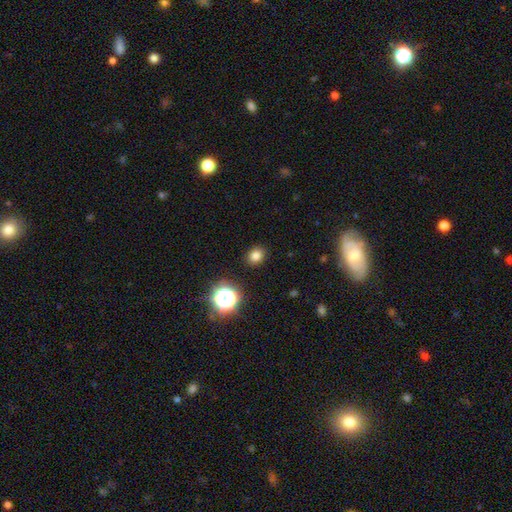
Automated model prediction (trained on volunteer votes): Morphology: type=smooth (79%); roundness=round (65%); merging=none (90%).